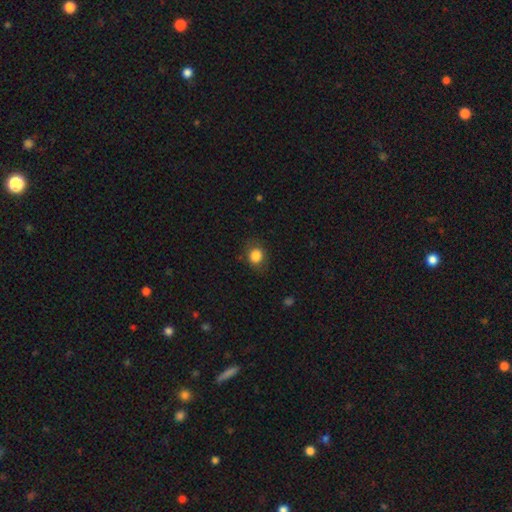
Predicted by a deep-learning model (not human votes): smooth_or_featured: smooth (p=0.84) [alt: star or artifact p=0.10]
how_rounded: round (p=0.65) [alt: in between p=0.34]
merging: none (p=0.76) [alt: minor disturbance p=0.17]